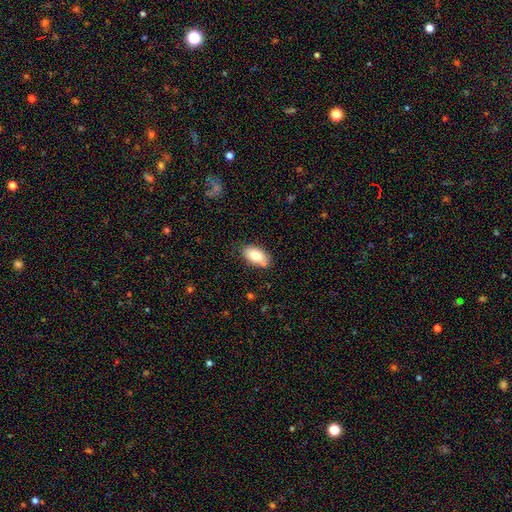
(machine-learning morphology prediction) smooth 79%, featured or disk 14%, star or artifact 7%. Down the decision tree: how rounded — in between (93%); merging — none (77%).